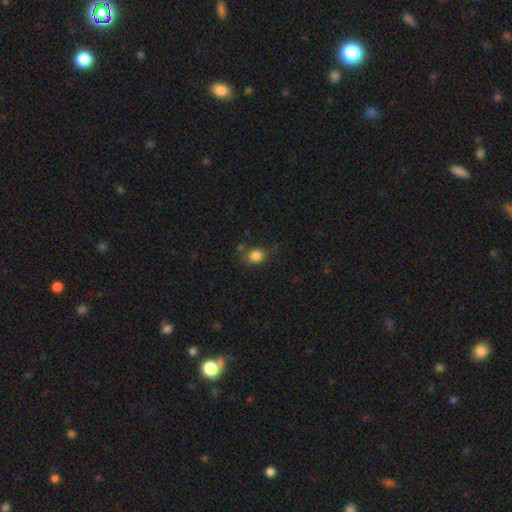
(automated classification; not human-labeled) This is clearly a smooth galaxy (84%). How rounded: likely round (62%). Merging: likely none (66%).